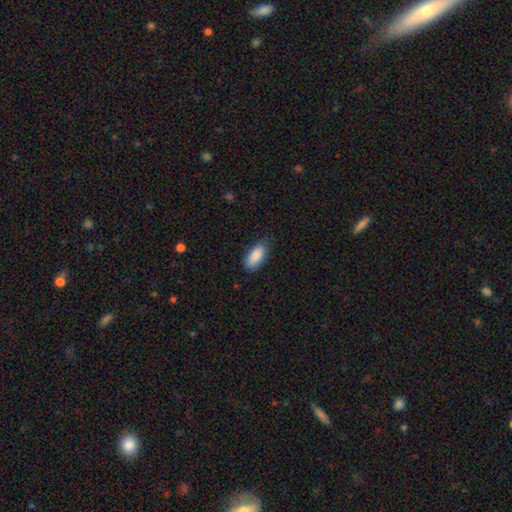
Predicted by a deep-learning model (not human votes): Morphology: type=smooth (88%); roundness=in between (88%); merging=none (77%).